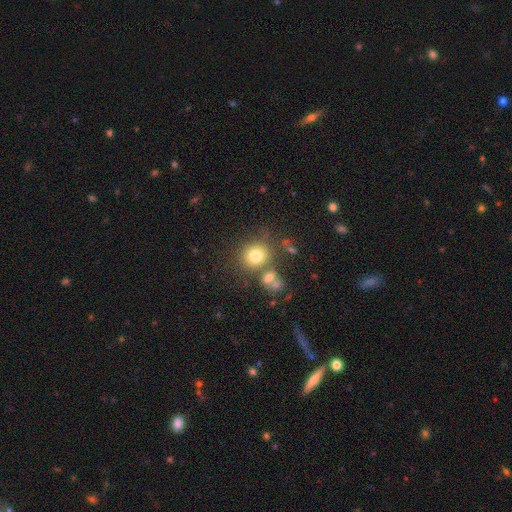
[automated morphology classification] smooth-or-featured: smooth: 77% | star or artifact: 12% | featured or disk: 11%
  how-rounded: round: 84% | in between: 16% | cigar-shaped: 1%
  merging: none: 62% | merger: 21% | minor disturbance: 11% | major disturbance: 6%